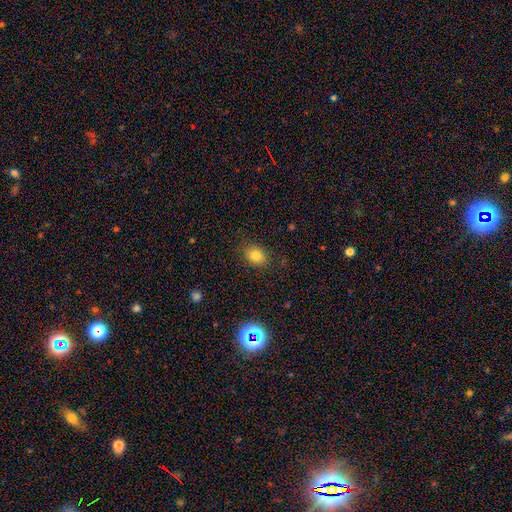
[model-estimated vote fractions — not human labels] A smooth galaxy with no disk features (82%) that is in between round and cigar-shaped (51%).

Vote fractions:
- Smooth or featured? smooth: 82% / star or artifact: 12% / featured or disk: 6%
- How rounded? in between: 51% / round: 48% / cigar-shaped: 1%
- Merging? none: 82% / minor disturbance: 13% / major disturbance: 4% / merger: 1%